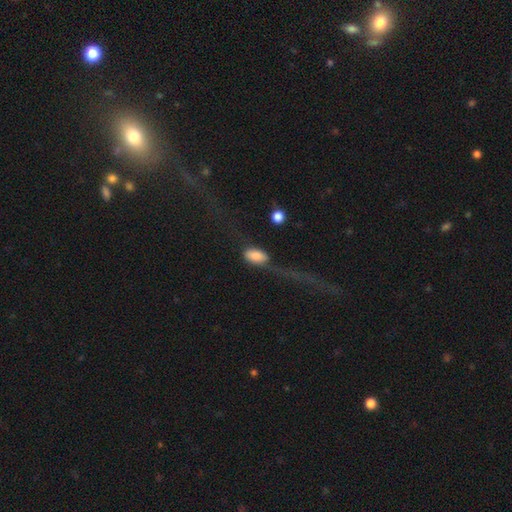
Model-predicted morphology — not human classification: Overall: smooth (77%). How rounded: in between (91%). Merging: major disturbance (46%; none 28%).